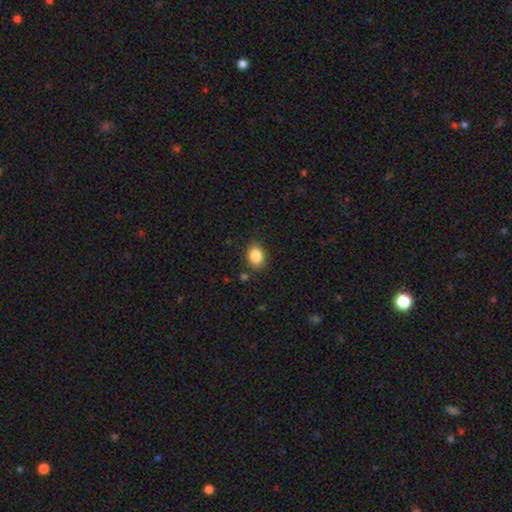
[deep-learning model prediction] smooth 87%, star or artifact 9%, featured or disk 4%. Down the decision tree: how rounded — in between (56%); merging — none (83%).